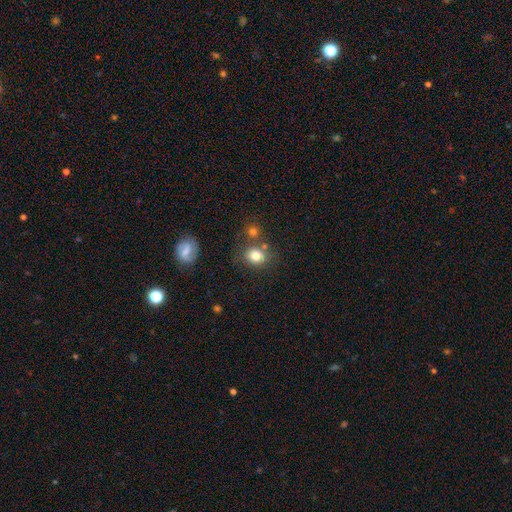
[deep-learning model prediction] This appears to be a smooth galaxy with no disk features (80%) that is round (65%). Merging: none (66%).